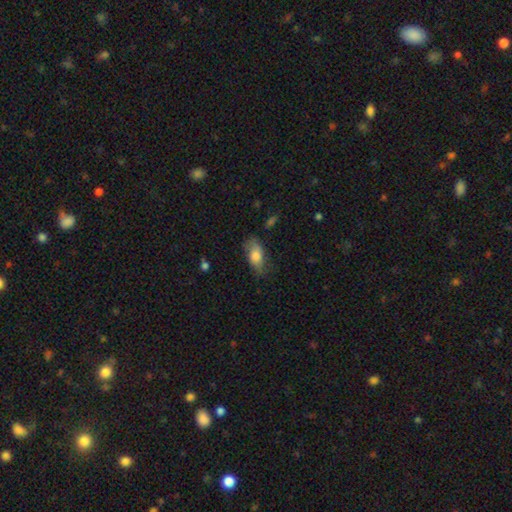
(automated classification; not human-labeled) Smooth or featured? smooth (70%)
How rounded? in between (87%)
Merging? none (64%)